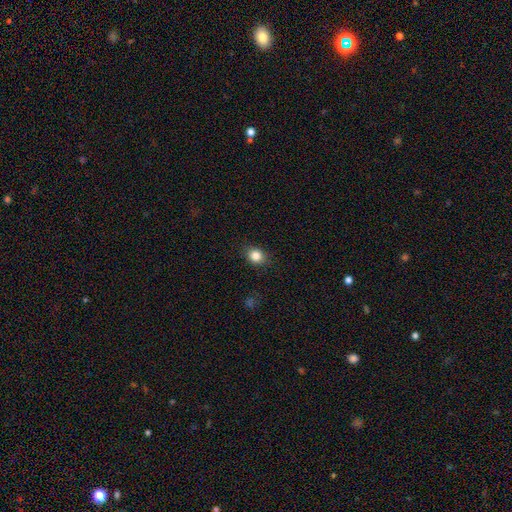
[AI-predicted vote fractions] smooth_or_featured: smooth (p=0.84) [alt: star or artifact p=0.11]
how_rounded: round (p=0.60) [alt: in between p=0.39]
merging: none (p=0.86) [alt: minor disturbance p=0.11]